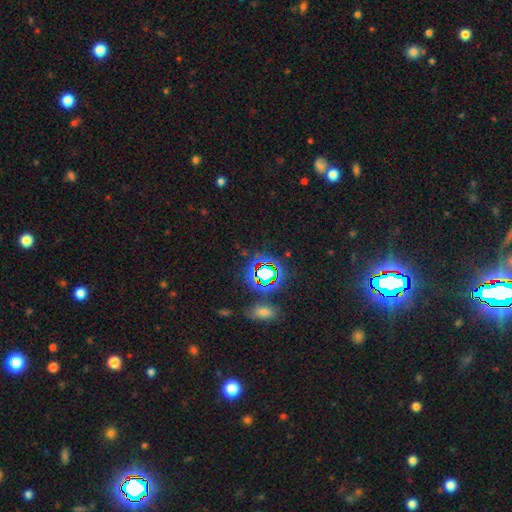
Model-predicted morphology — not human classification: Smooth or featured?
  - star or artifact: 78% *
  - smooth: 14%
  - featured or disk: 8%